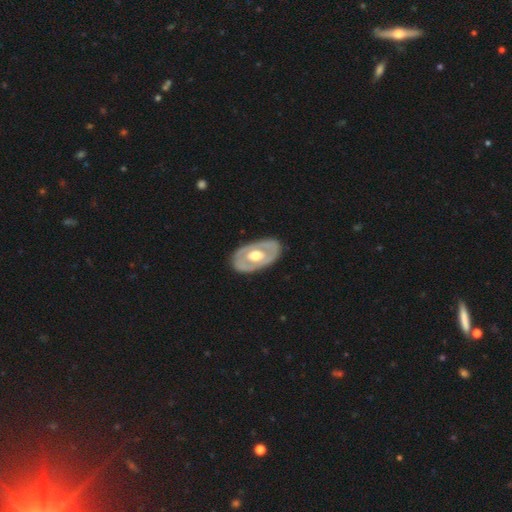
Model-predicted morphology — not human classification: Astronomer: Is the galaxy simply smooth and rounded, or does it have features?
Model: featured or disk — 63%.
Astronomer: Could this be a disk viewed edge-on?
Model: no — 90%.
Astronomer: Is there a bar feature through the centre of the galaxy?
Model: no — 79%.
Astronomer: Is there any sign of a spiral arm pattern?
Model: no — 82%.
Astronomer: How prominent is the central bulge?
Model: moderate — 64%.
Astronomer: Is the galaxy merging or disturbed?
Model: none — 82%.